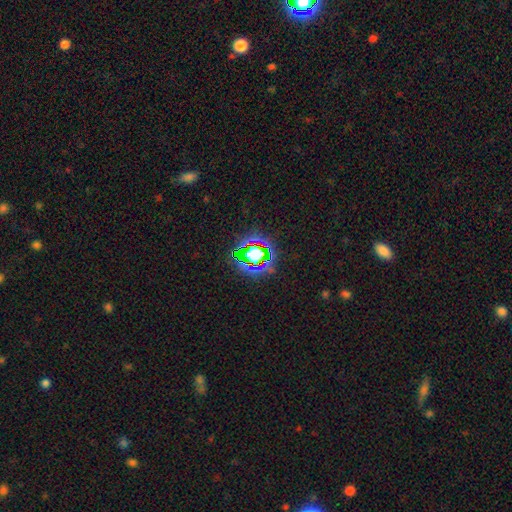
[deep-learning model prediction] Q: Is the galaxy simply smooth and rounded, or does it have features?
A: star or artifact — 63%.